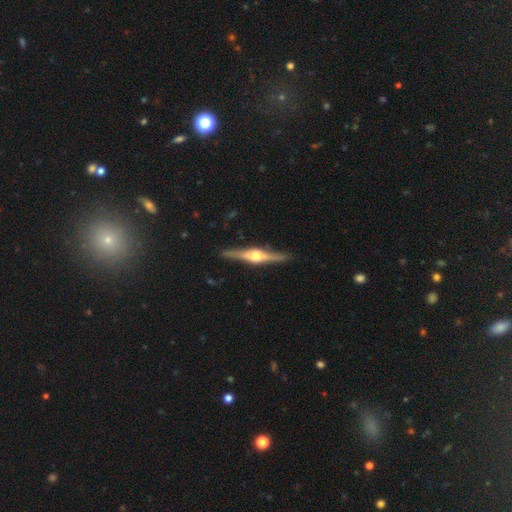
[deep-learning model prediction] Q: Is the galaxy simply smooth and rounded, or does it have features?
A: featured or disk — 83%.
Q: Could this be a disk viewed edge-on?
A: yes — 98%.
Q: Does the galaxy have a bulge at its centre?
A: rounded — 93%.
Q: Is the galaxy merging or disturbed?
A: none — 90%.